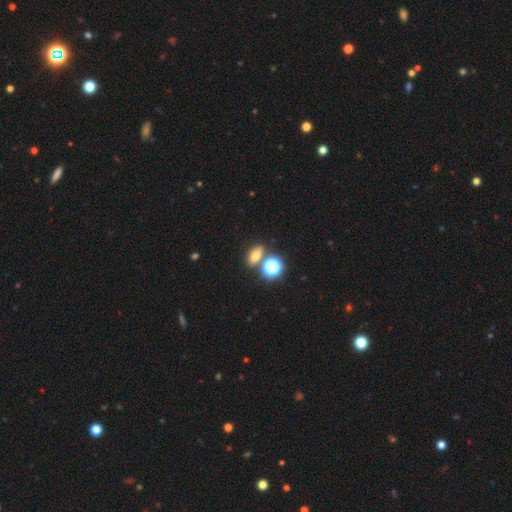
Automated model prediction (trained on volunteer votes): A smooth galaxy with no disk features (66%) that is in between round and cigar-shaped (66%). Merging: none (73%).